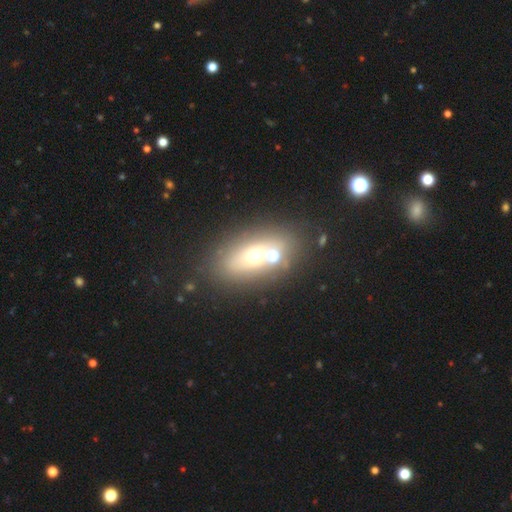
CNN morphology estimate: This is possibly a smooth galaxy (52%). How rounded: likely in between (75%). Merging: possibly none (52%).